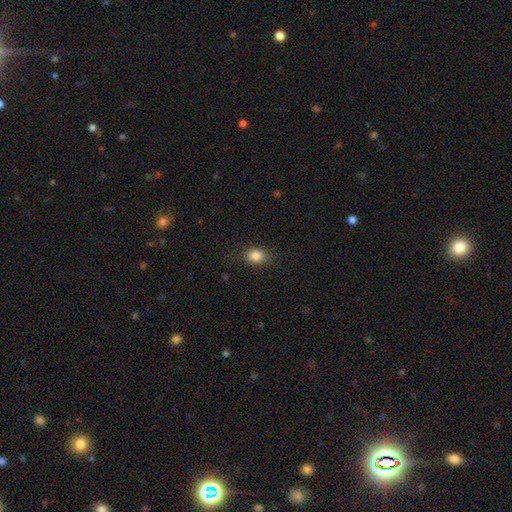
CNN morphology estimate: Q: Smooth or featured?
A: smooth (84%); runner-up: star or artifact (10%)
Q: How rounded?
A: in between (57%); runner-up: round (42%)
Q: Merging?
A: none (82%); runner-up: minor disturbance (13%)